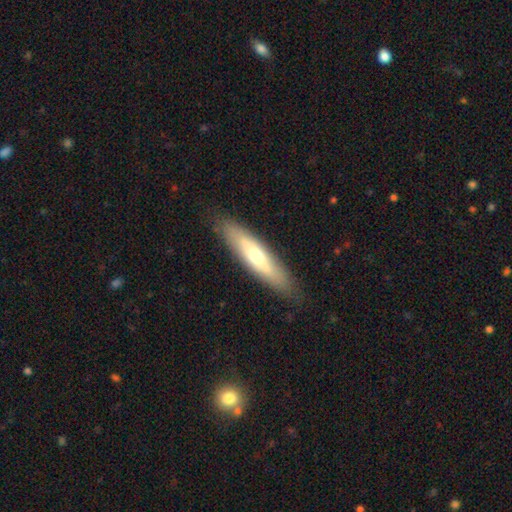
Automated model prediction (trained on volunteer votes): This appears to be a smooth galaxy with no disk features (54%) that is cigar-shaped (74%). Merging: none (86%).